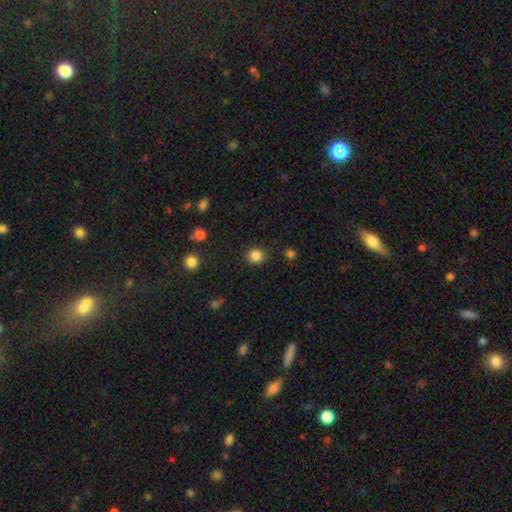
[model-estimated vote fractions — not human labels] Smooth or featured? Predicted: smooth (p=0.85). How rounded? Predicted: round (p=0.88). Merging? Predicted: none (p=0.88).